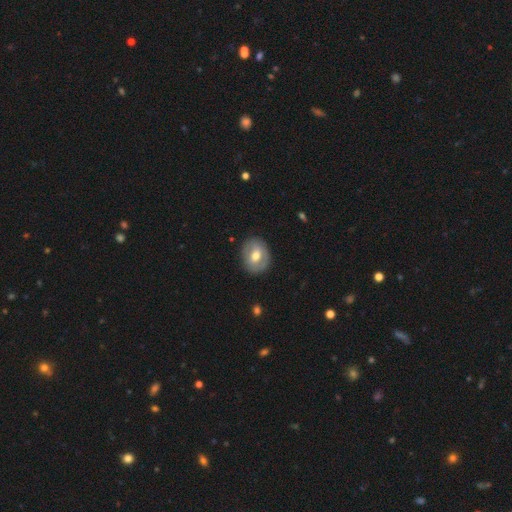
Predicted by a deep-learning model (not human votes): smooth 50%, featured or disk 44%, star or artifact 6%. Down the decision tree: merging — none (84%).